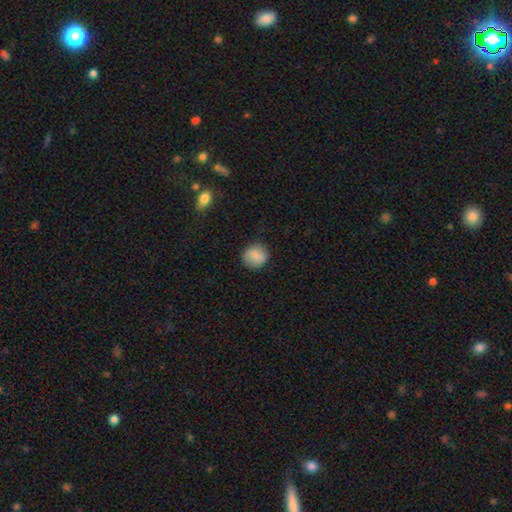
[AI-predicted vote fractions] Smooth or featured: smooth — 83% (featured or disk — 9%)
How rounded: round — 87% (in between — 12%)
Merging: none — 84% (minor disturbance — 11%)